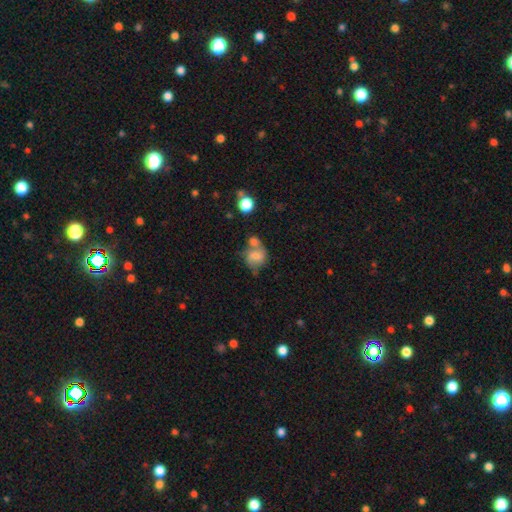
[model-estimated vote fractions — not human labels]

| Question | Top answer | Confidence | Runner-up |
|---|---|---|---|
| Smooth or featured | smooth | 60% | featured or disk (30%) |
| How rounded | round | 62% | in between (36%) |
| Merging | merger | 45% | none (31%) |